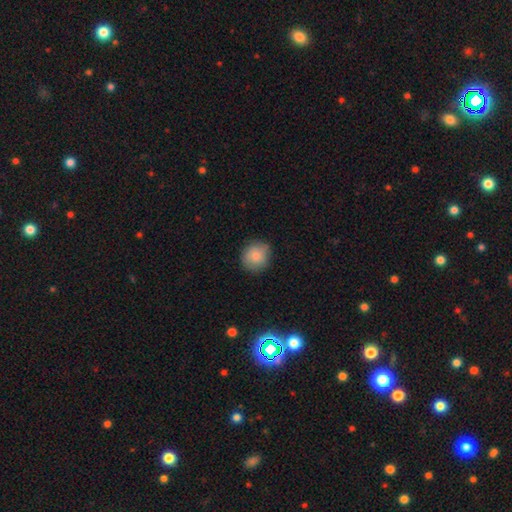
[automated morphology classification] This is clearly a smooth galaxy (83%). How rounded: clearly round (89%). Merging: clearly none (83%).